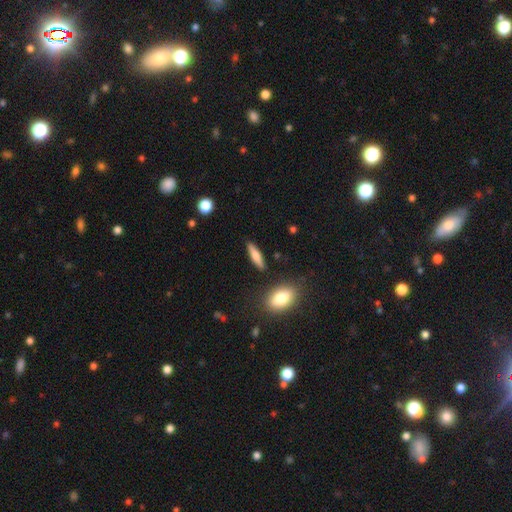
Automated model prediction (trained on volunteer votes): Morphology: type=smooth (62%); roundness=cigar-shaped (73%); merging=none (87%).